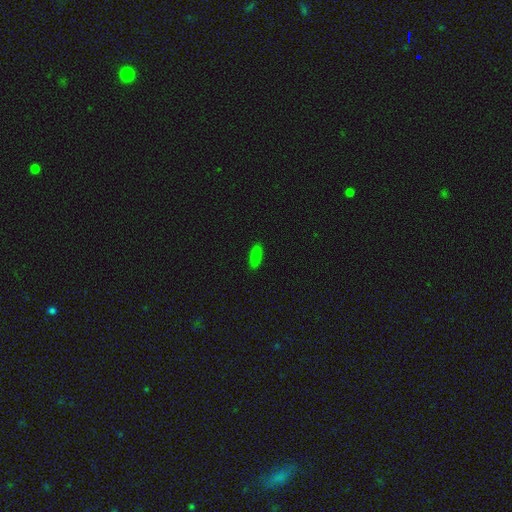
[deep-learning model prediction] Smooth or featured? smooth (84%)
How rounded? in between (63%)
Merging? none (89%)